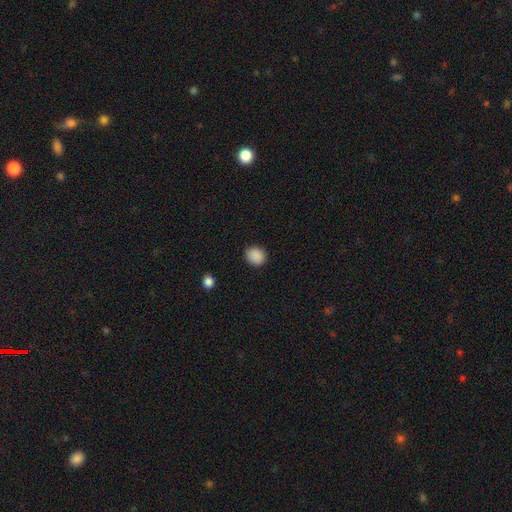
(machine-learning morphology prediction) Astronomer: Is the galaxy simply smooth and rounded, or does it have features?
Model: smooth — 88%.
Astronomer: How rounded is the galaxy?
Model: round — 73%.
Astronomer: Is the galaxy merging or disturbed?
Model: none — 88%.